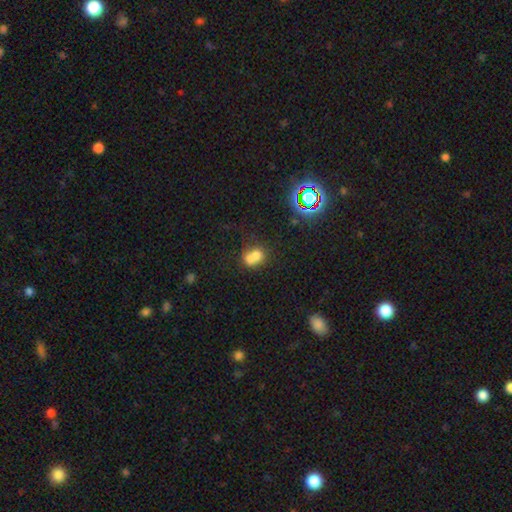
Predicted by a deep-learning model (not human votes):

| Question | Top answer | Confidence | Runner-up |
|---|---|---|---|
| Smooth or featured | smooth | 65% | featured or disk (20%) |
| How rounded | round | 59% | in between (39%) |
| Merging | merger | 60% | none (26%) |